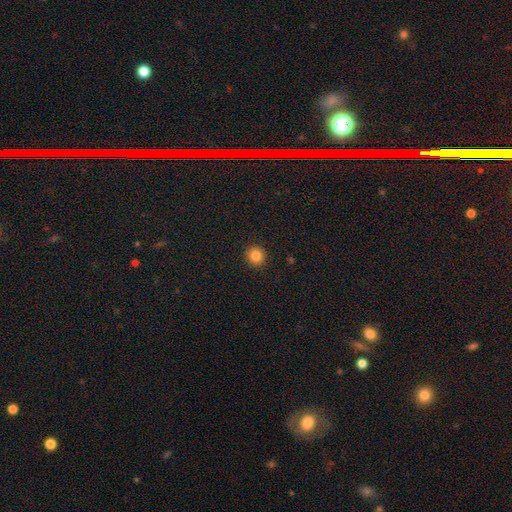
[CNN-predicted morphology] type=smooth (83%); roundness=round (94%); merging=none (93%).